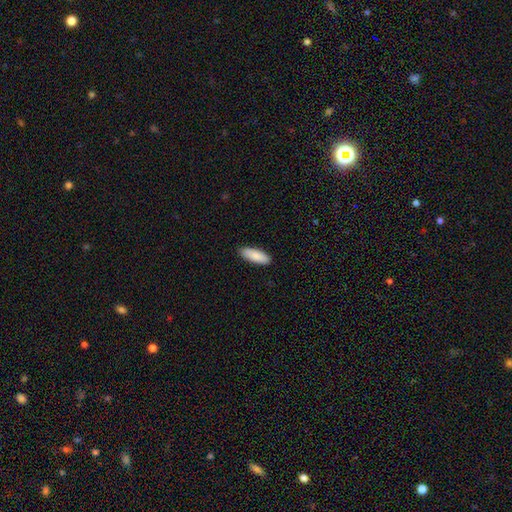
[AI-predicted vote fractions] Smooth or featured: smooth — 89% (featured or disk — 6%)
How rounded: in between — 61% (cigar-shaped — 38%)
Merging: none — 89% (minor disturbance — 8%)